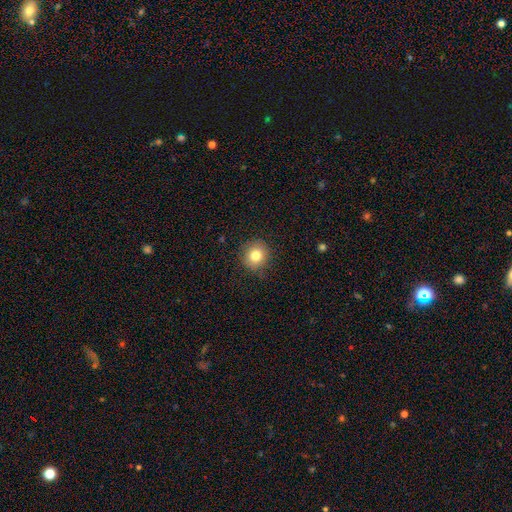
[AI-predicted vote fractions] smooth_or_featured: smooth (p=0.82) [alt: star or artifact p=0.10]
how_rounded: round (p=0.90) [alt: in between p=0.09]
merging: none (p=0.88) [alt: minor disturbance p=0.09]